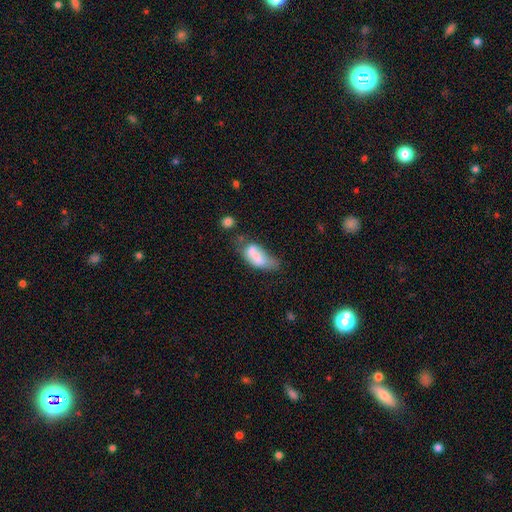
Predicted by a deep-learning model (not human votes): smooth_or_featured: smooth (p=0.68) [alt: featured or disk p=0.22]
how_rounded: in between (p=0.86) [alt: cigar-shaped p=0.11]
merging: minor disturbance (p=0.27) [tied with: major disturbance p=0.27]